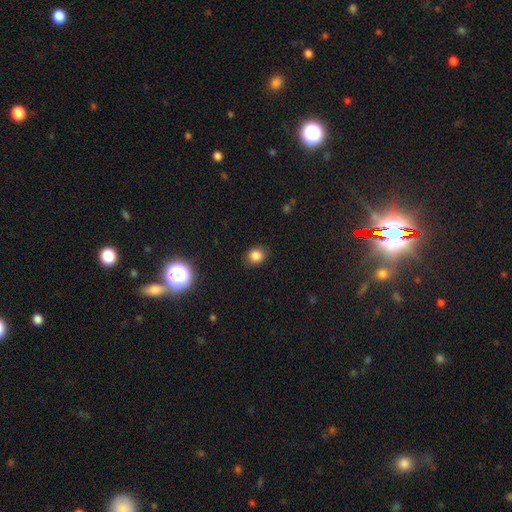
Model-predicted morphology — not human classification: The model was most divided on "how rounded": round: 67%, in between: 32%, cigar-shaped: 1%. More confident: merging — none (85%); smooth or featured — smooth (83%).